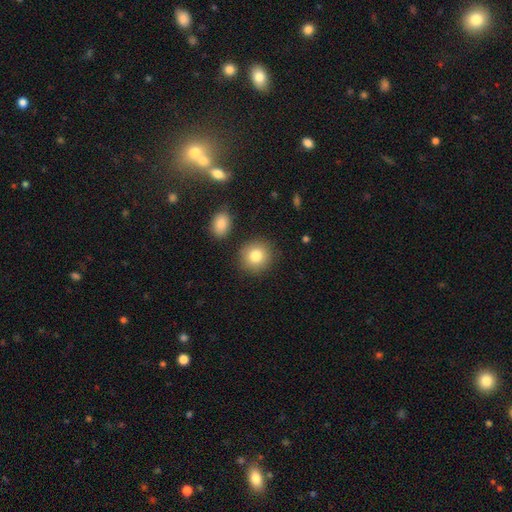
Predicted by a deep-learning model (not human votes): smooth-or-featured: smooth: 82% | star or artifact: 9% | featured or disk: 8%
  how-rounded: round: 88% | in between: 11% | cigar-shaped: 1%
  merging: none: 86% | minor disturbance: 7% | merger: 4% | major disturbance: 3%